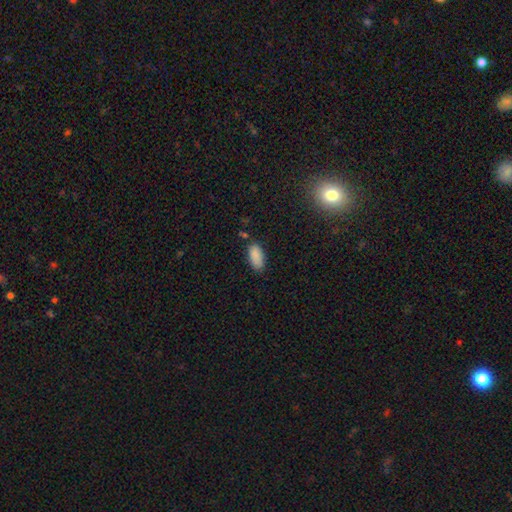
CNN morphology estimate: Q: Smooth or featured?
A: smooth (88%); runner-up: star or artifact (8%)
Q: How rounded?
A: in between (91%); runner-up: cigar-shaped (7%)
Q: Merging?
A: none (77%); runner-up: minor disturbance (16%)